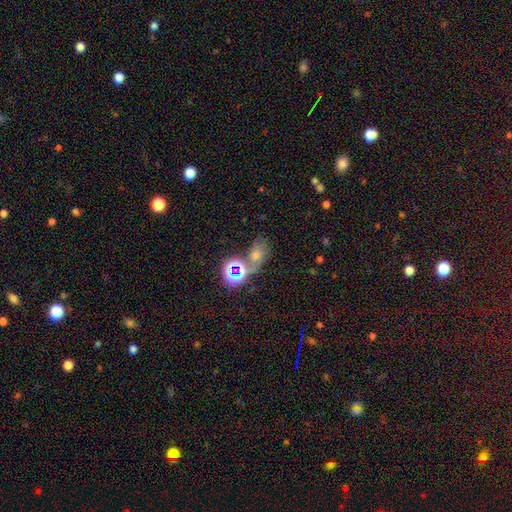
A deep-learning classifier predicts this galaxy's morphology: Smooth or featured: smooth — 48% (star or artifact — 33%)
Merging: none — 36% (merger — 35%)